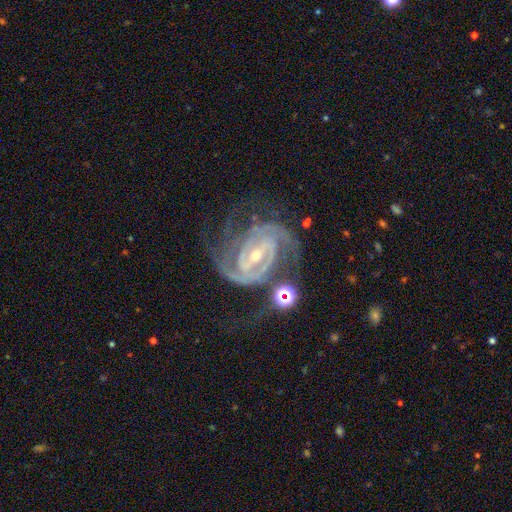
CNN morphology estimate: Smooth or featured? Predicted: featured or disk (p=0.92). Edge-on disk? Predicted: no (p=0.97). Bar? Predicted: strong (p=0.46). Spiral arms? Predicted: yes (p=0.99). Spiral winding? Predicted: tight (p=0.61). Spiral arm count? Predicted: 2 (p=0.47). Bulge size? Predicted: small (p=0.65). Merging? Predicted: none (p=0.61).